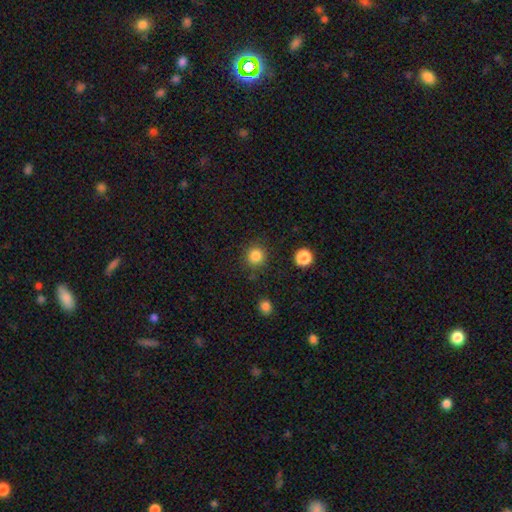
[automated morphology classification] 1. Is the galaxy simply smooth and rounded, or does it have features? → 84% smooth, 12% star or artifact, 4% featured or disk.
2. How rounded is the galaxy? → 93% round, 6% in between, 1% cigar-shaped.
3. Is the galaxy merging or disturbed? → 86% none, 8% minor disturbance, 3% major disturbance, 3% merger.